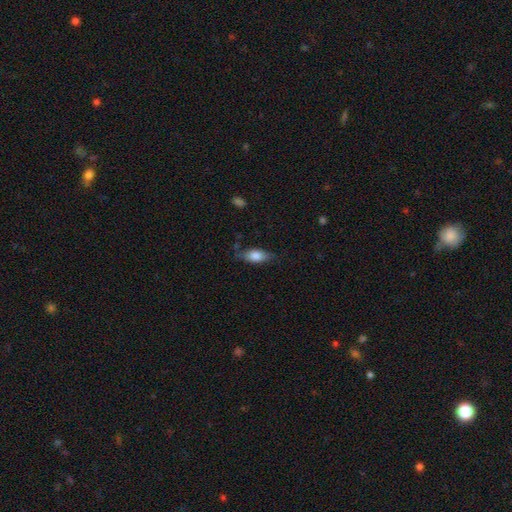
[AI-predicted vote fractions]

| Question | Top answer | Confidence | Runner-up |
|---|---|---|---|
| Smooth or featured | smooth | 73% | featured or disk (20%) |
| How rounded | in between | 81% | cigar-shaped (15%) |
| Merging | none | 71% | minor disturbance (22%) |